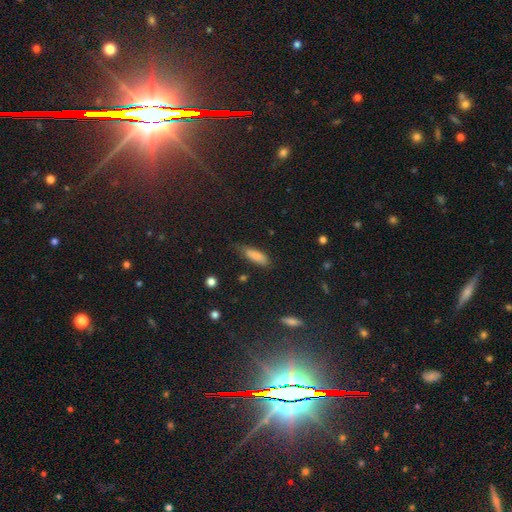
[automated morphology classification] Smooth or featured?
  - smooth: 81% *
  - featured or disk: 10%
  - star or artifact: 9%
How rounded?
  - in between: 59% *
  - cigar-shaped: 38%
  - round: 3%
Merging?
  - none: 56% *
  - minor disturbance: 33%
  - major disturbance: 9%
  - merger: 2%